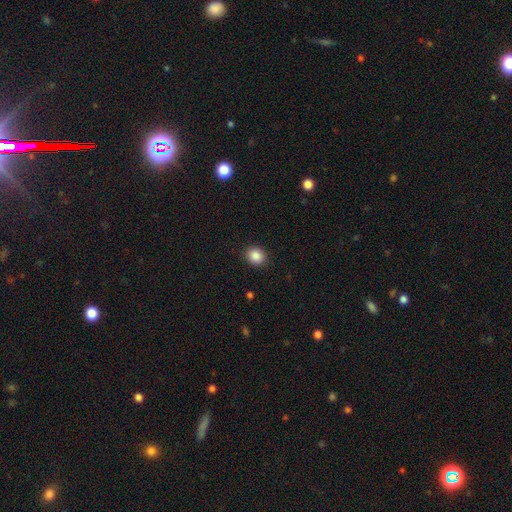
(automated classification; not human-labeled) Smooth or featured? Predicted: smooth (p=0.86). How rounded? Predicted: round (p=0.74). Merging? Predicted: none (p=0.91).